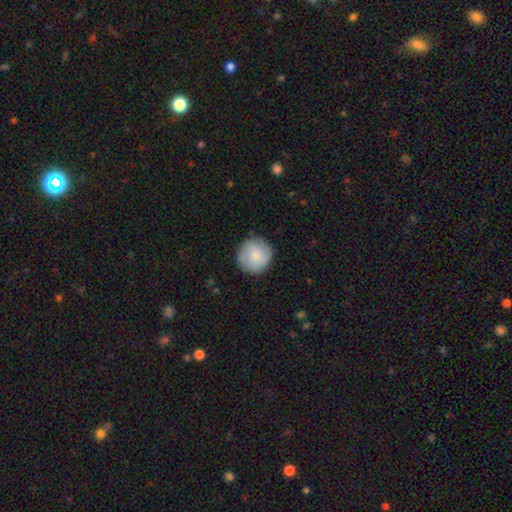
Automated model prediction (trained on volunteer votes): This appears to be a smooth galaxy with no disk features (73%) that is round (95%). Merging: none (85%).